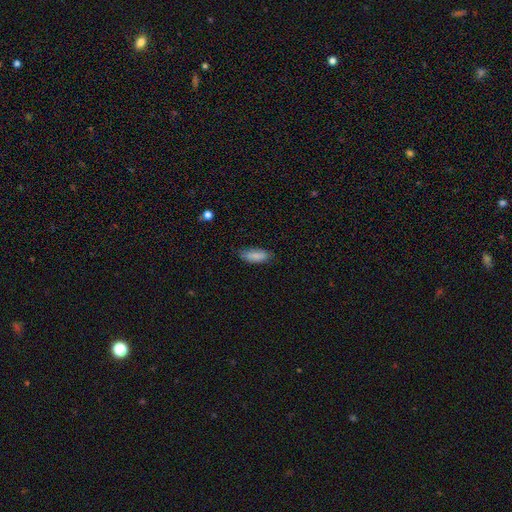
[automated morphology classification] This is clearly a smooth galaxy (85%). How rounded: likely in between (76%). Merging: likely none (76%).